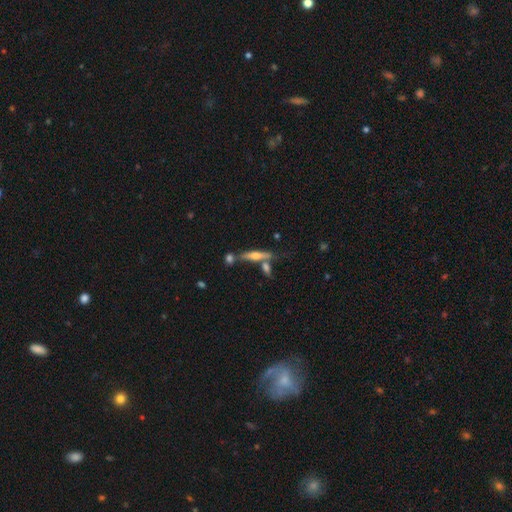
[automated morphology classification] Smooth or featured?
  - featured or disk: 57% *
  - smooth: 35%
  - star or artifact: 7%
Edge-on disk?
  - yes: 94% *
  - no: 6%
Edge-on bulge?
  - rounded: 87% *
  - none: 7%
  - boxy: 6%
Merging?
  - none: 64% *
  - merger: 19%
  - minor disturbance: 13%
  - major disturbance: 4%